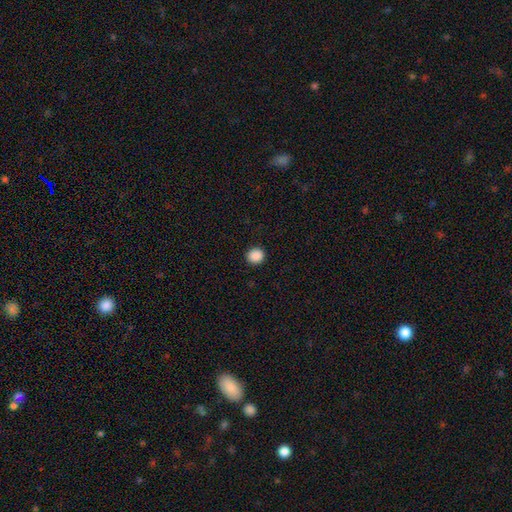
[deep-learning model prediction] A smooth galaxy with no disk features (89%) that is round (87%). Merging: none (92%).